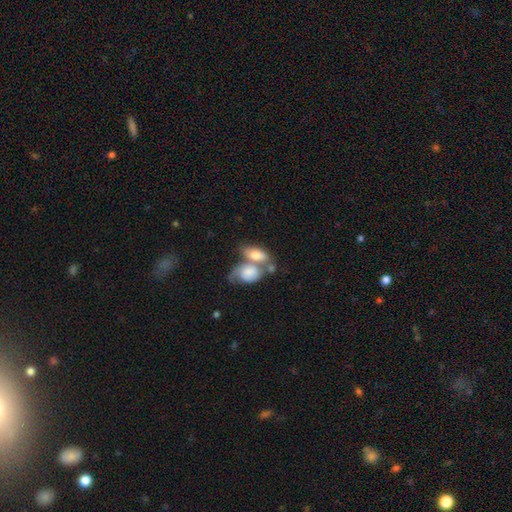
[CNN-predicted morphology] A smooth galaxy with no disk features (70%) that is in between round and cigar-shaped (88%).

Vote fractions:
- Smooth or featured? smooth: 70% / featured or disk: 24% / star or artifact: 6%
- How rounded? in between: 88% / round: 8% / cigar-shaped: 4%
- Merging? merger: 64% / none: 19% / minor disturbance: 10% / major disturbance: 7%